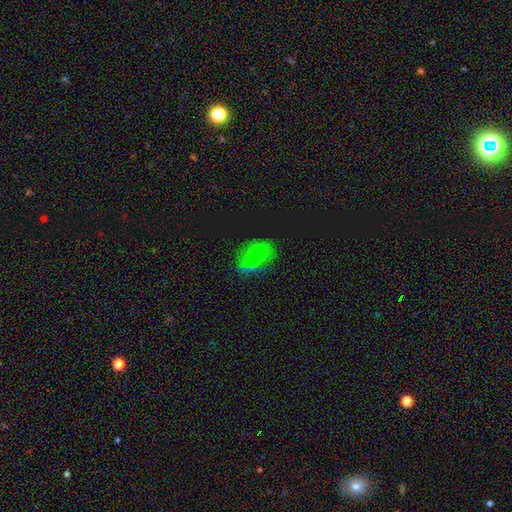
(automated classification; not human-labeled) Smooth or featured? Predicted: smooth (p=0.48). Merging? Predicted: none (p=0.64).